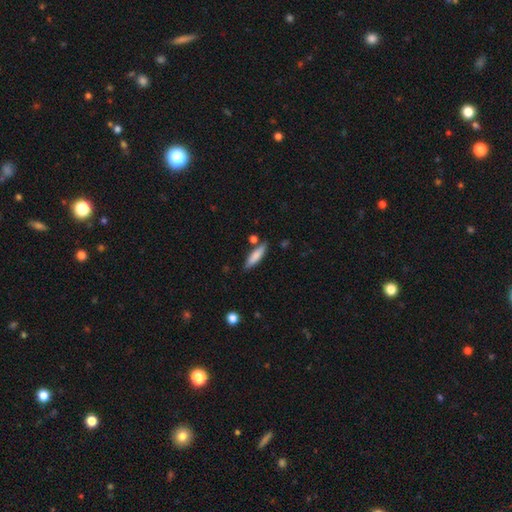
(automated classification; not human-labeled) Smooth or featured?
  - smooth: 78% *
  - featured or disk: 16%
  - star or artifact: 6%
How rounded?
  - cigar-shaped: 68% *
  - in between: 30%
  - round: 2%
Merging?
  - none: 77% *
  - minor disturbance: 14%
  - merger: 6%
  - major disturbance: 3%